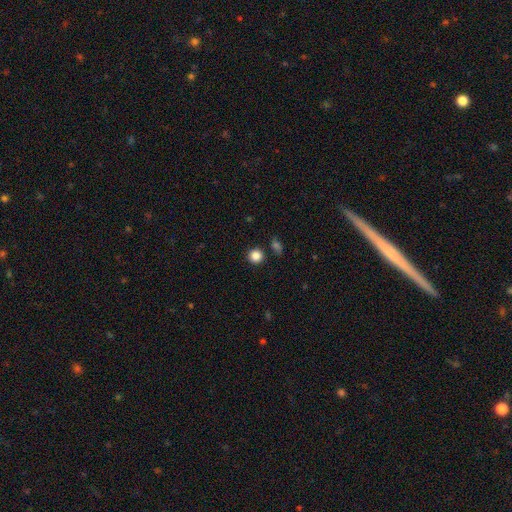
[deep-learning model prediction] smooth_or_featured: smooth (p=0.86) [alt: star or artifact p=0.11]
how_rounded: round (p=0.93) [alt: in between p=0.06]
merging: none (p=0.88) [alt: minor disturbance p=0.06]